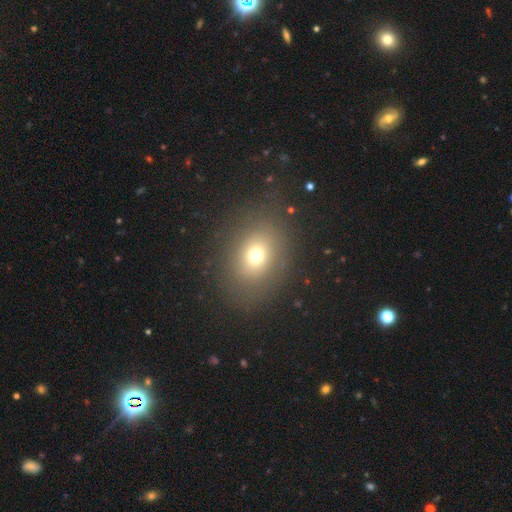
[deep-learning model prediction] Overall: smooth (70%). How rounded: round (52%; in between 47%). Merging: none (82%).